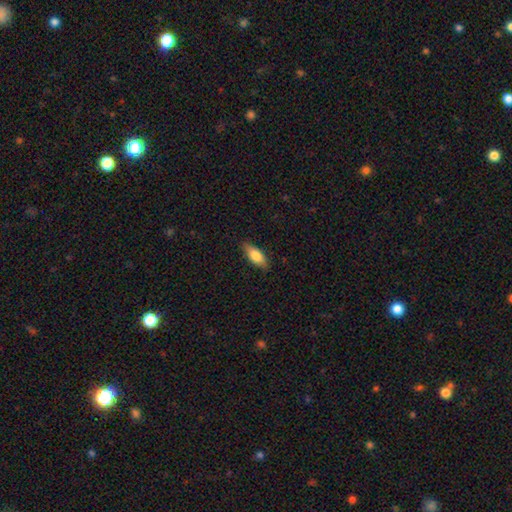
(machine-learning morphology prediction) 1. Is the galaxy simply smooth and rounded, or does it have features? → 76% smooth, 18% featured or disk, 6% star or artifact.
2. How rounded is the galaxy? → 76% in between, 21% cigar-shaped, 3% round.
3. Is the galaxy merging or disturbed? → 84% none, 13% minor disturbance, 2% major disturbance, 1% merger.